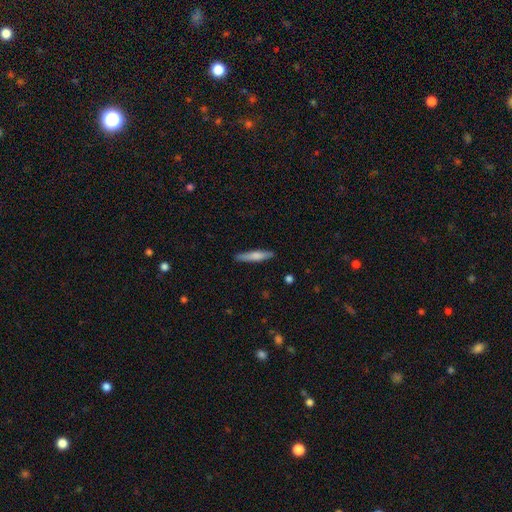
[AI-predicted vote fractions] This appears to be a smooth galaxy with no disk features (68%) that is cigar-shaped (89%). Merging: none (88%).